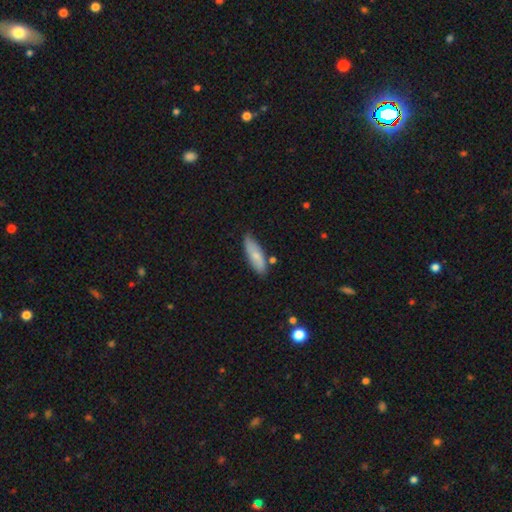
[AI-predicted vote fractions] Morphology: type=smooth (77%); roundness=in between (52%); merging=none (76%).